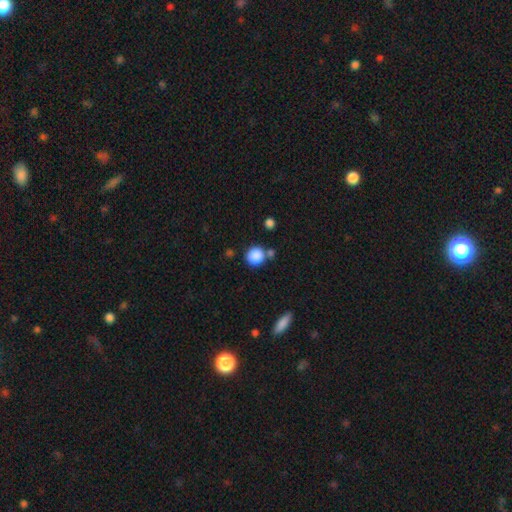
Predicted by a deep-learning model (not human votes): A smooth galaxy with no disk features (87%) that is round (87%).

Vote fractions:
- Smooth or featured? smooth: 87% / star or artifact: 9% / featured or disk: 4%
- How rounded? round: 87% / in between: 12% / cigar-shaped: 1%
- Merging? none: 70% / merger: 16% / minor disturbance: 11% / major disturbance: 3%